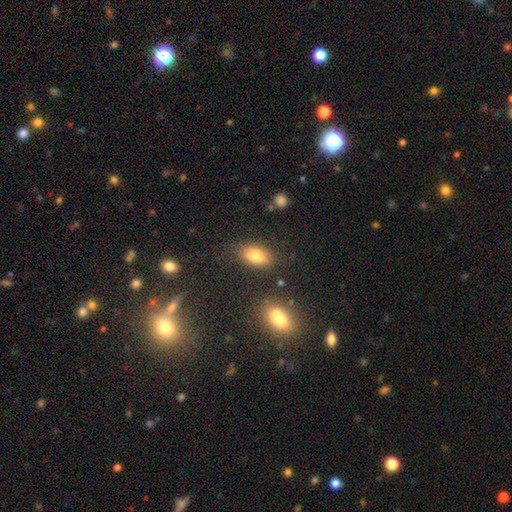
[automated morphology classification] smooth 79%, featured or disk 11%, star or artifact 9%. Down the decision tree: how rounded — in between (88%); merging — none (80%).